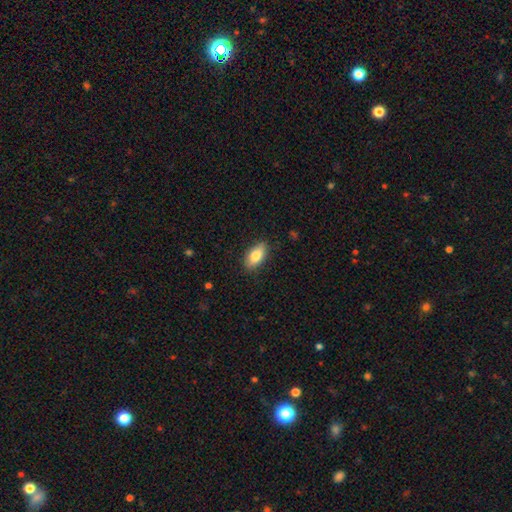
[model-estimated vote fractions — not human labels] The model was most divided on "smooth or featured": smooth: 82%, featured or disk: 12%, star or artifact: 7%. More confident: how rounded — in between (89%); merging — none (85%).